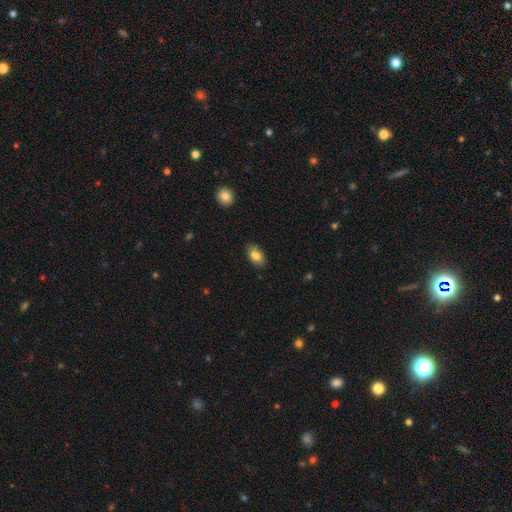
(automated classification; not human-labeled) Overall: smooth (84%). How rounded: in between (92%). Merging: none (87%).